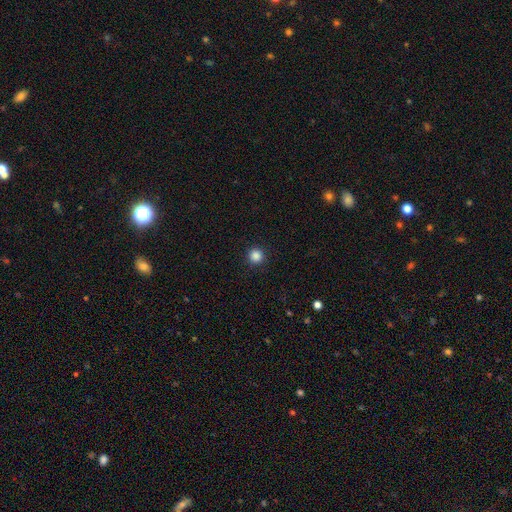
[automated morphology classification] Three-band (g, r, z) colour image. It shows a smooth galaxy with no disk features (86%) that is round (96%). Merging: none (93%).